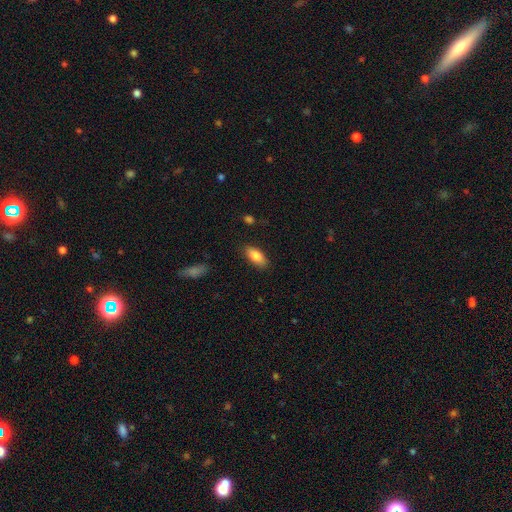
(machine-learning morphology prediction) Overall: smooth (84%). How rounded: in between (85%). Merging: none (86%).